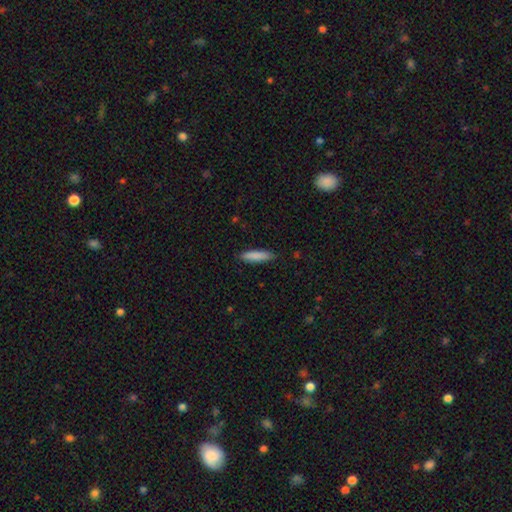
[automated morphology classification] smooth 86%, featured or disk 8%, star or artifact 6%. Down the decision tree: how rounded — cigar-shaped (78%); merging — none (87%).